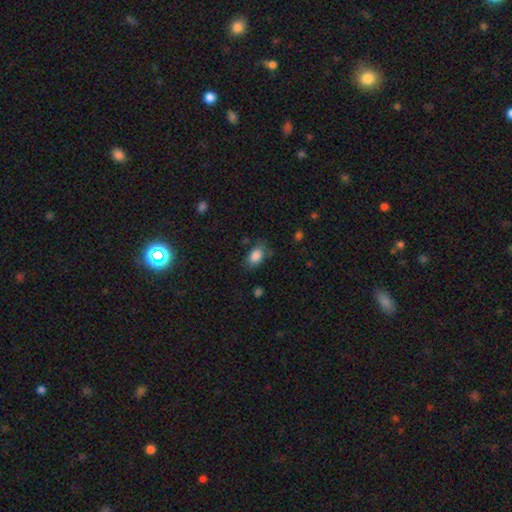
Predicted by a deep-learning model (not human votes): The model was most divided on "merging": none: 66%, minor disturbance: 24%, major disturbance: 8%, merger: 2%. More confident: how rounded — in between (86%); smooth or featured — smooth (85%).